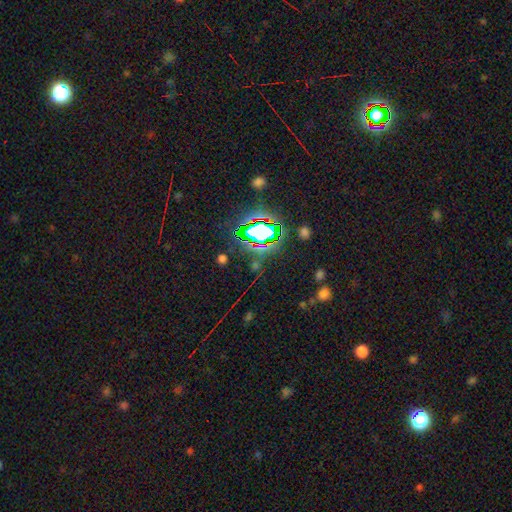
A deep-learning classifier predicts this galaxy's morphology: Overall: star or artifact (81%).